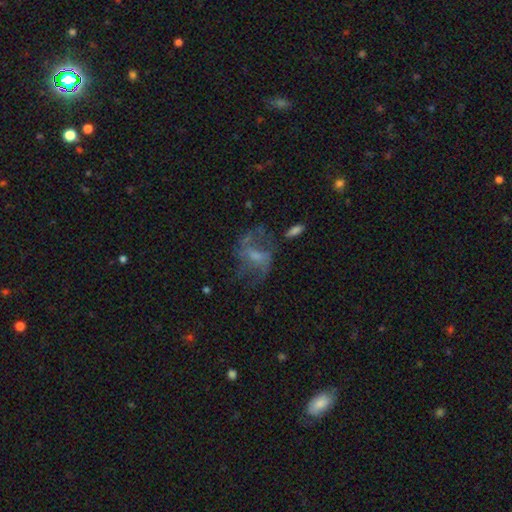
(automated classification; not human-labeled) smooth-or-featured: featured or disk: 64% | smooth: 22% | star or artifact: 14%
  disk-edge-on: no: 96% | yes: 4%
    bar: weak: 45% | no: 39% | strong: 16%
    has-spiral-arms: yes: 67% | no: 33%
    bulge-size: small: 42% | moderate: 30% | none: 22% | large: 5% | dominant: 1%
  merging: none: 49% | major disturbance: 28% | minor disturbance: 18% | merger: 5%